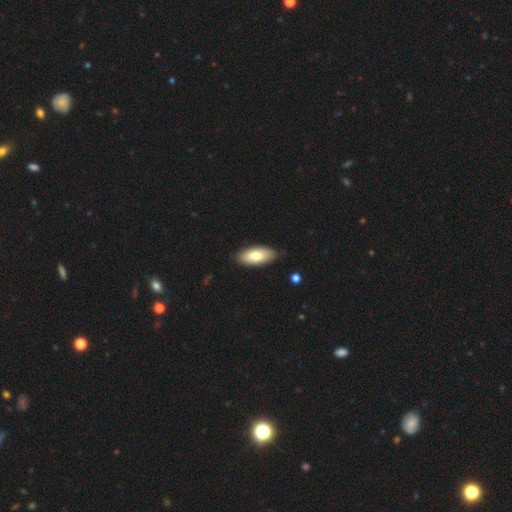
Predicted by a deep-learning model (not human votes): A smooth galaxy with no disk features (76%) that is in between round and cigar-shaped (87%). Merging: none (87%).